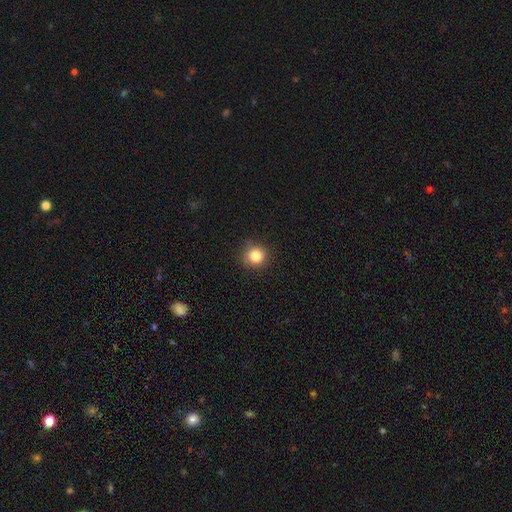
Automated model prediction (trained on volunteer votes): Smooth or featured? Predicted: smooth (p=0.84). How rounded? Predicted: round (p=0.91). Merging? Predicted: none (p=0.87).